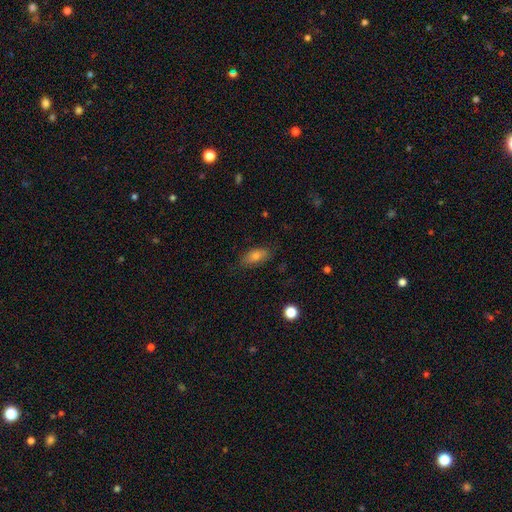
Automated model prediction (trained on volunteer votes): Q: Smooth or featured?
A: smooth (72%); runner-up: featured or disk (17%)
Q: How rounded?
A: in between (80%); runner-up: cigar-shaped (15%)
Q: Merging?
A: none (79%); runner-up: minor disturbance (16%)